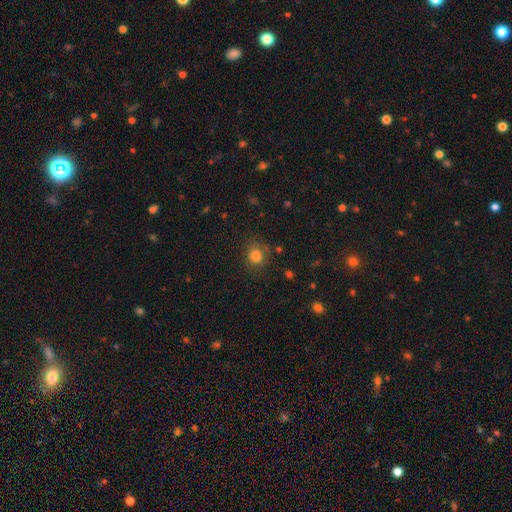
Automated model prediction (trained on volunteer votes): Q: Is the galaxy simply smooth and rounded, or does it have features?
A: smooth — 82%.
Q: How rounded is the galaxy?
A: round — 79%.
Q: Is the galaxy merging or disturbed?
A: none — 74%.